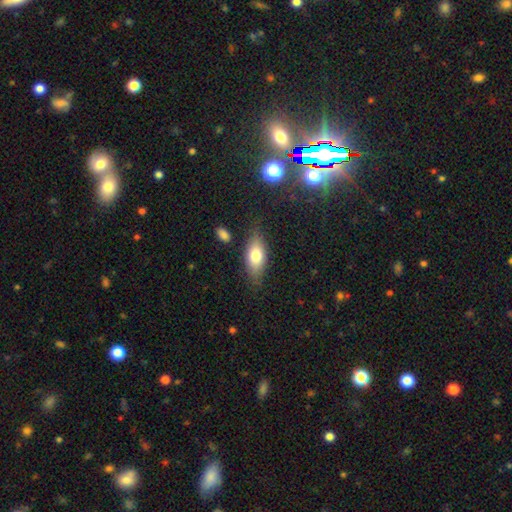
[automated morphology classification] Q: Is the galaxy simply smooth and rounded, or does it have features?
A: smooth — 74%.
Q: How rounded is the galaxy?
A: in between — 82%.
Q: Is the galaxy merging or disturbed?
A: none — 77%.